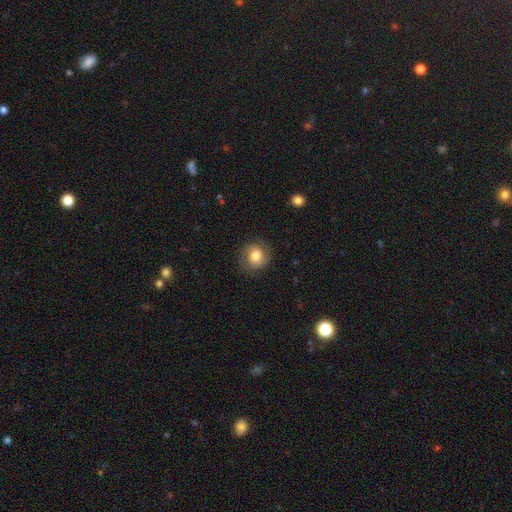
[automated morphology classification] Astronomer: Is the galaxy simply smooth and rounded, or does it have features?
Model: smooth — 69%.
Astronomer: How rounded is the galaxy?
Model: round — 81%.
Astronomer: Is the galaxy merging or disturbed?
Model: none — 80%.